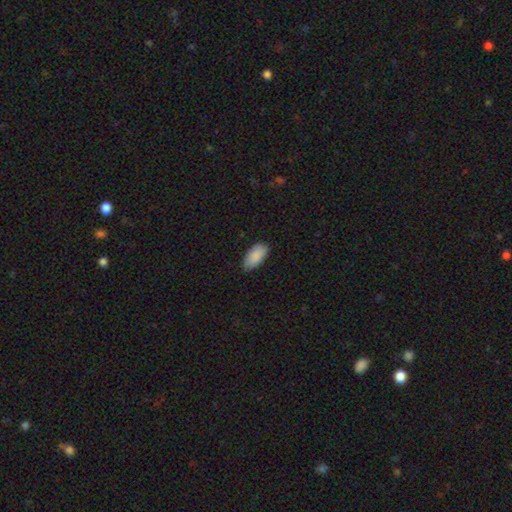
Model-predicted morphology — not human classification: Q: Smooth or featured?
A: smooth (89%); runner-up: star or artifact (6%)
Q: How rounded?
A: in between (93%); runner-up: cigar-shaped (4%)
Q: Merging?
A: none (78%); runner-up: minor disturbance (19%)